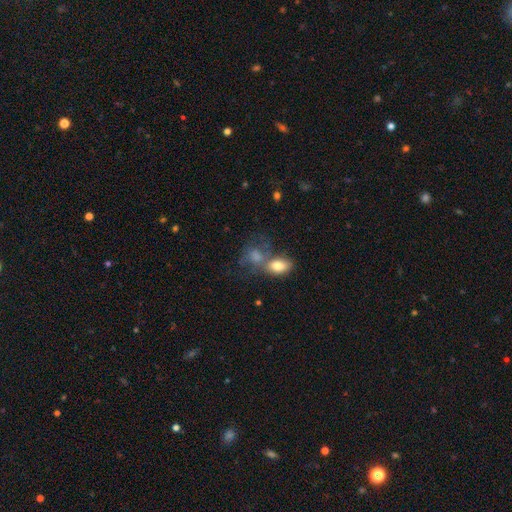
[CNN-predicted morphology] Overall: smooth (66%). How rounded: in between (70%). Merging: merger (48%; none 31%).